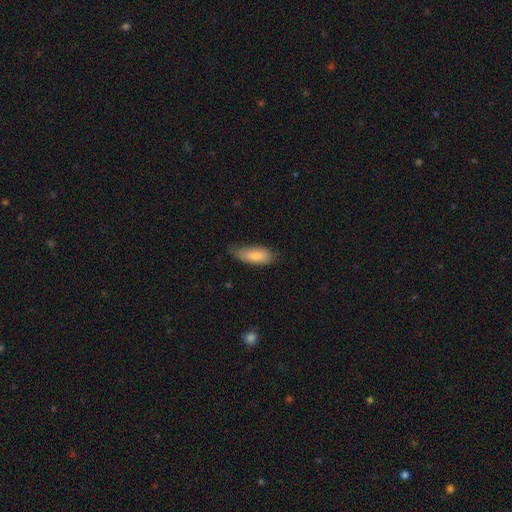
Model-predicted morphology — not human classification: Smooth or featured: smooth — 82% (featured or disk — 12%)
How rounded: in between — 77% (cigar-shaped — 21%)
Merging: none — 54% (minor disturbance — 36%)